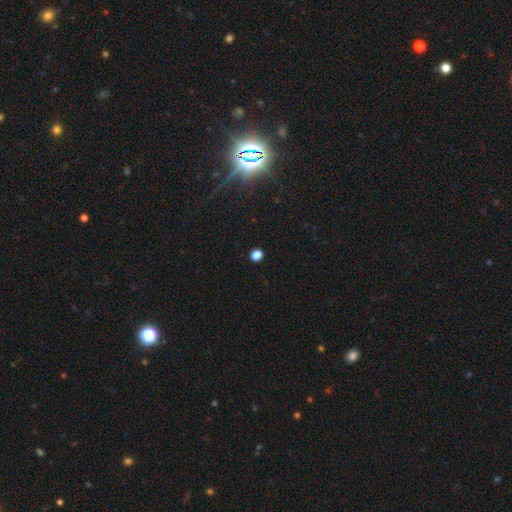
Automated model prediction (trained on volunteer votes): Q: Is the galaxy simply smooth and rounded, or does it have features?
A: smooth — 75%.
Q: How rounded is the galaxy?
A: round — 60%.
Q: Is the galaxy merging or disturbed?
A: none — 88%.